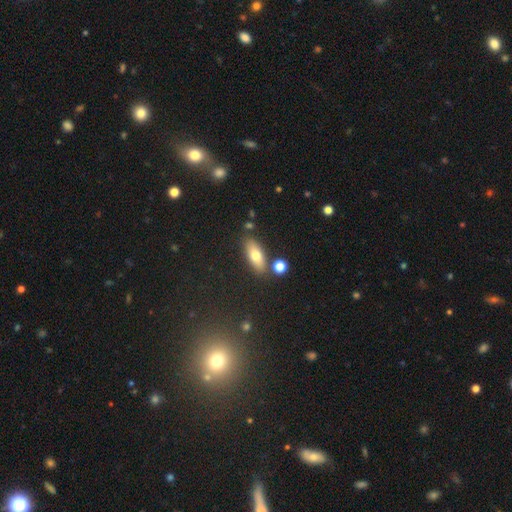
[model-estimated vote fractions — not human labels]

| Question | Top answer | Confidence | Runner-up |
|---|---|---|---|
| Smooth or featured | smooth | 72% | featured or disk (20%) |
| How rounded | in between | 73% | cigar-shaped (23%) |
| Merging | none | 80% | minor disturbance (11%) |